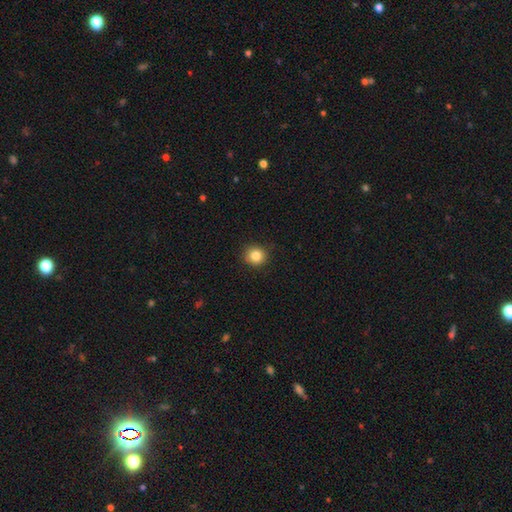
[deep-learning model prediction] smooth-or-featured: smooth: 84% | star or artifact: 10% | featured or disk: 6%
  how-rounded: round: 91% | in between: 8% | cigar-shaped: 1%
  merging: none: 90% | minor disturbance: 7% | major disturbance: 2% | merger: 1%